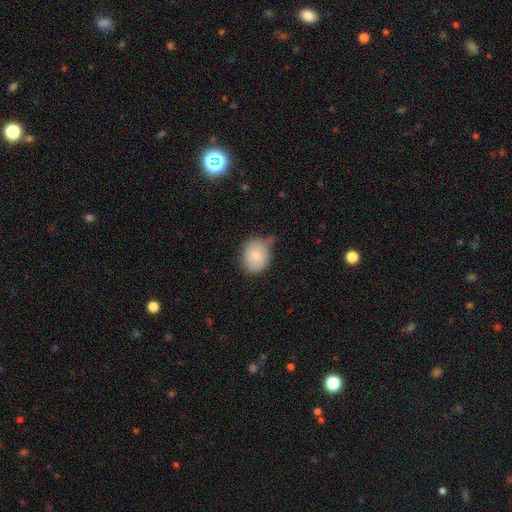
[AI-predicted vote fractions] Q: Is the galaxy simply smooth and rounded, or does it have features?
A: smooth — 81%.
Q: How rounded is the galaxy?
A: round — 61%.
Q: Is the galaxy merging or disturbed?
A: none — 55%.